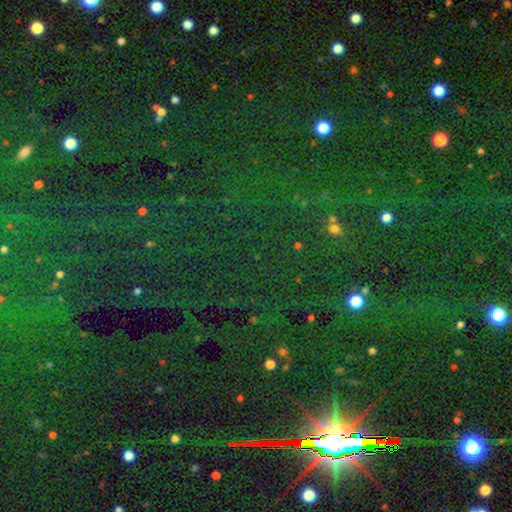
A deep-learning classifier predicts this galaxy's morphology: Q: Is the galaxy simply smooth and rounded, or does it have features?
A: star or artifact — 82%.